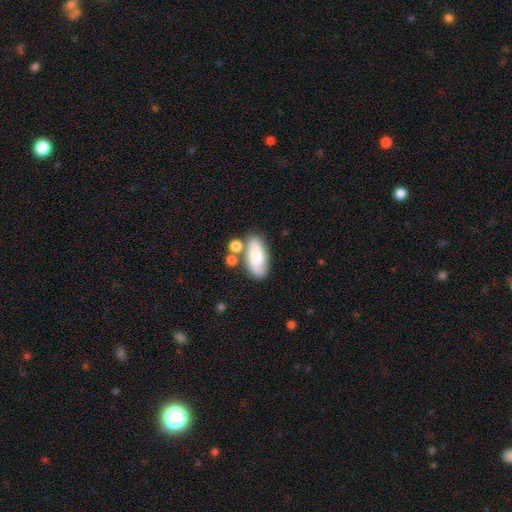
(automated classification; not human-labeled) A smooth galaxy with no disk features (61%) that is in between round and cigar-shaped (86%).

Vote fractions:
- Smooth or featured? smooth: 61% / featured or disk: 31% / star or artifact: 8%
- How rounded? in between: 86% / cigar-shaped: 10% / round: 4%
- Merging? none: 58% / merger: 18% / minor disturbance: 17% / major disturbance: 6%